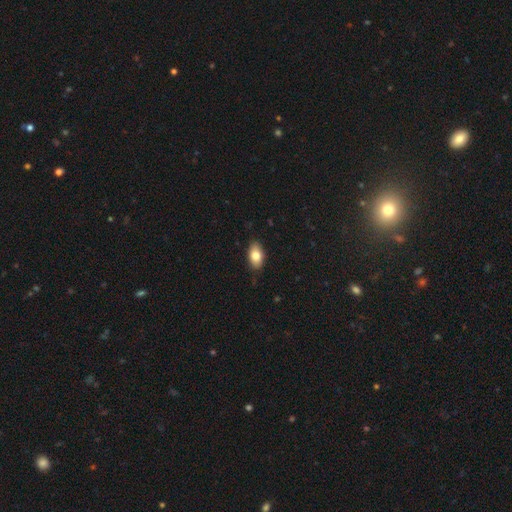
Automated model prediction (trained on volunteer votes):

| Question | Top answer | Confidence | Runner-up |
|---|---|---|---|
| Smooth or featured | smooth | 80% | featured or disk (12%) |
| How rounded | in between | 91% | round (6%) |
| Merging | none | 85% | minor disturbance (12%) |